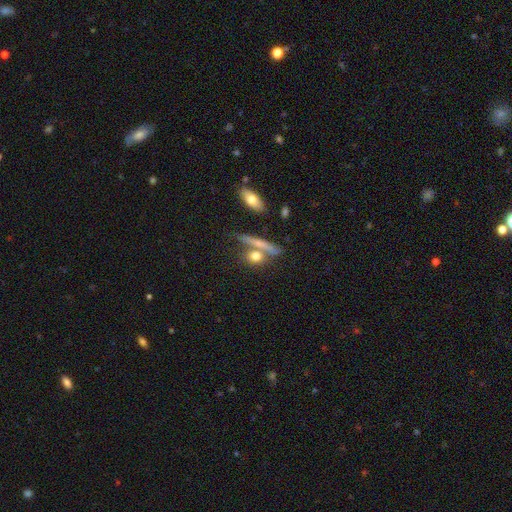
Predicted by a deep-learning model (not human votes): smooth-or-featured: smooth: 69% | featured or disk: 21% | star or artifact: 9%
  how-rounded: round: 42% | cigar-shaped: 30% | in between: 28%
  merging: none: 55% | merger: 27% | minor disturbance: 12% | major disturbance: 6%